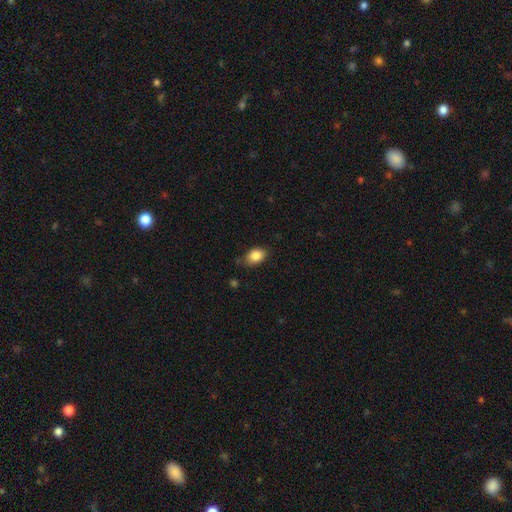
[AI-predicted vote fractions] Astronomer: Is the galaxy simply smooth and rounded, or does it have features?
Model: smooth — 86%.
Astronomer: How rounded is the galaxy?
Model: in between — 80%.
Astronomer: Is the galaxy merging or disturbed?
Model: none — 74%.